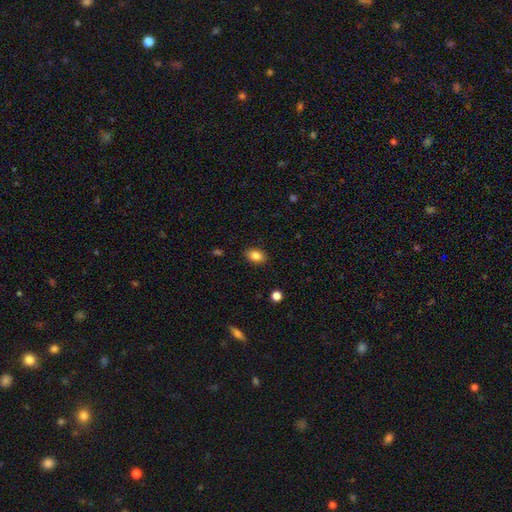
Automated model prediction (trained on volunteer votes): Smooth or featured? Predicted: smooth (p=0.85). How rounded? Predicted: in between (p=0.85). Merging? Predicted: none (p=0.88).